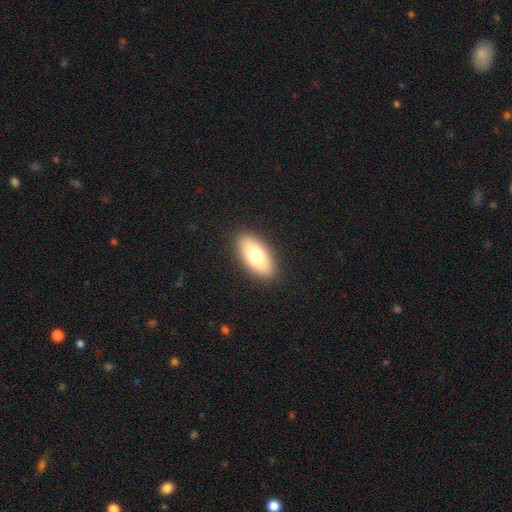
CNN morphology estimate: The model was most divided on "smooth or featured": smooth: 73%, featured or disk: 20%, star or artifact: 7%. More confident: how rounded — in between (90%); merging — none (89%).